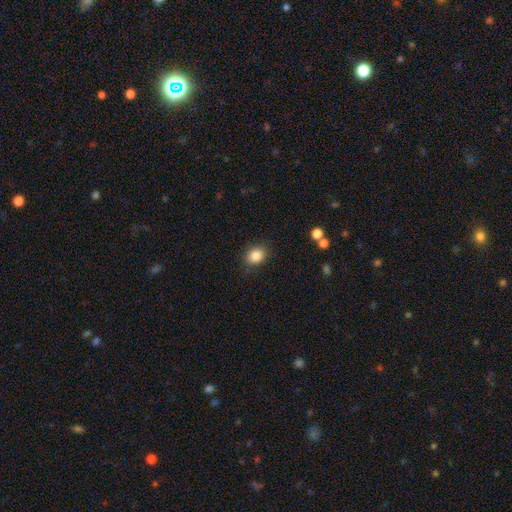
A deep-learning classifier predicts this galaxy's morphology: Smooth or featured? Predicted: smooth (p=0.86). How rounded? Predicted: in between (p=0.51). Merging? Predicted: none (p=0.82).